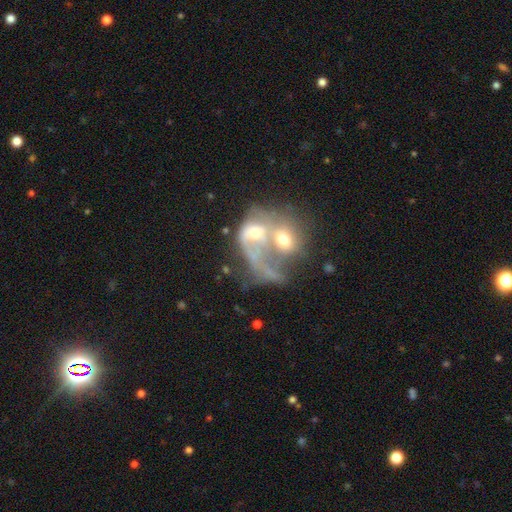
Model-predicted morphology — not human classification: The model was most divided on "spiral arms": no: 51%, yes: 49%. More confident: edge-on disk — no (97%); bar — no (78%); merging — merger (74%); smooth or featured — featured or disk (63%); bulge size — moderate (56%).